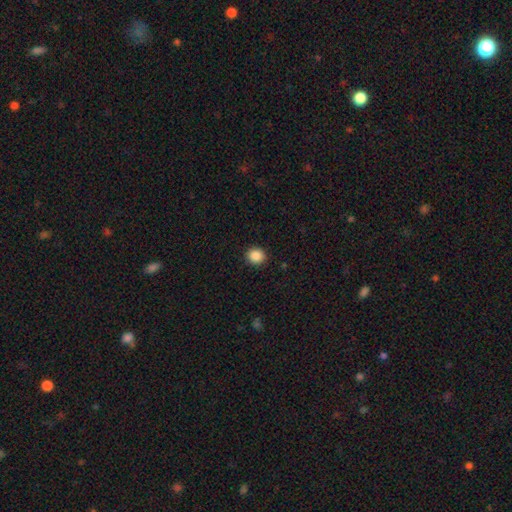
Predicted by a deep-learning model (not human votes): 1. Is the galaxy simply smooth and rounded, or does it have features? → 88% smooth, 9% star or artifact, 3% featured or disk.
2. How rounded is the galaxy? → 85% round, 14% in between, 1% cigar-shaped.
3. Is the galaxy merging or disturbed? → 92% none, 6% minor disturbance, 2% major disturbance, 1% merger.